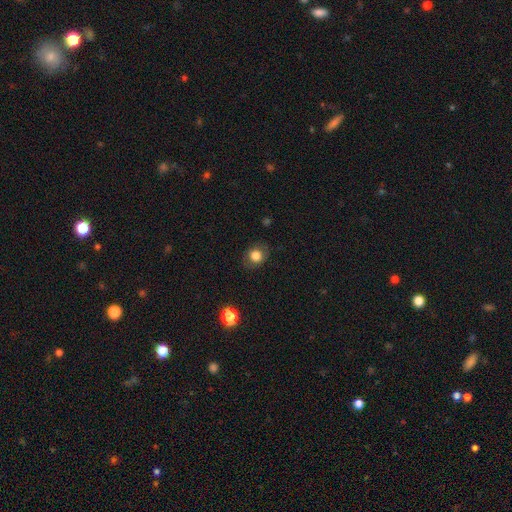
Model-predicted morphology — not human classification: smooth-or-featured: smooth: 81% | star or artifact: 10% | featured or disk: 9%
  how-rounded: round: 68% | in between: 31% | cigar-shaped: 1%
  merging: none: 82% | minor disturbance: 13% | major disturbance: 4% | merger: 1%